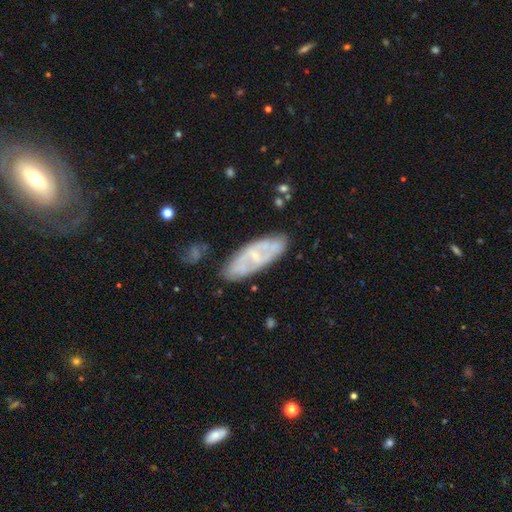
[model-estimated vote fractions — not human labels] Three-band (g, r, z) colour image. It shows a featured or disk galaxy (63%) with no bar (49%), spiral arms (55%) and a small central bulge (65%). Merging: none (76%).